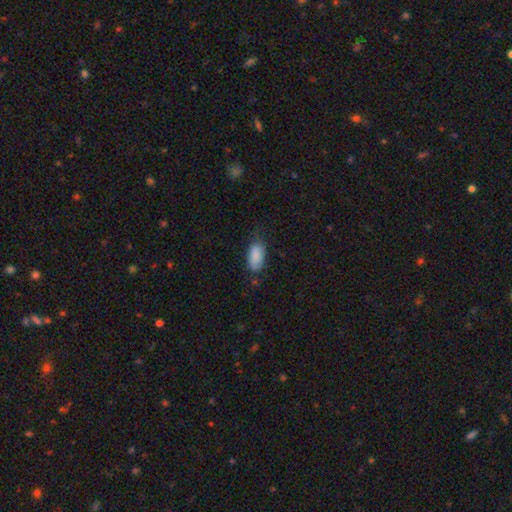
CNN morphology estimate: Smooth or featured: smooth — 87% (star or artifact — 7%)
How rounded: in between — 92% (cigar-shaped — 6%)
Merging: none — 66% (minor disturbance — 26%)